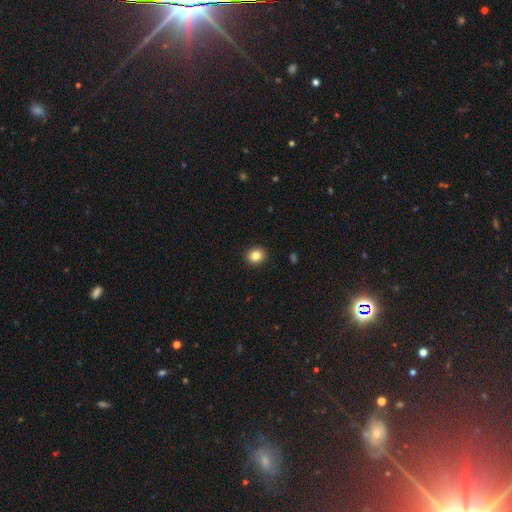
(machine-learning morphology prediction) The model was most divided on "how rounded": round: 76%, in between: 24%, cigar-shaped: 1%. More confident: merging — none (92%); smooth or featured — smooth (84%).